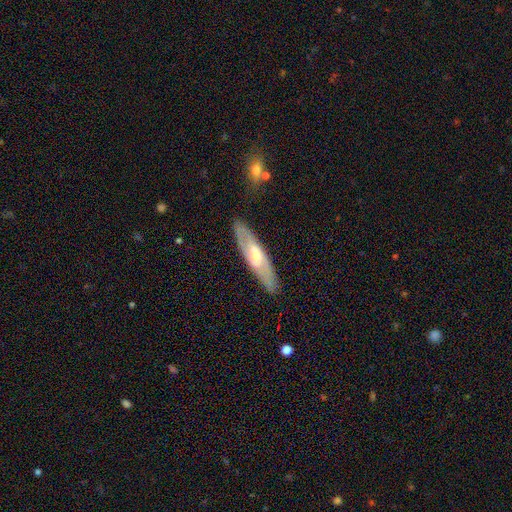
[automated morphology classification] Q: Smooth or featured?
A: featured or disk (59%); runner-up: smooth (35%)
Q: Edge-on disk?
A: no (59%); runner-up: yes (41%)
Q: Merging?
A: none (85%); runner-up: minor disturbance (11%)